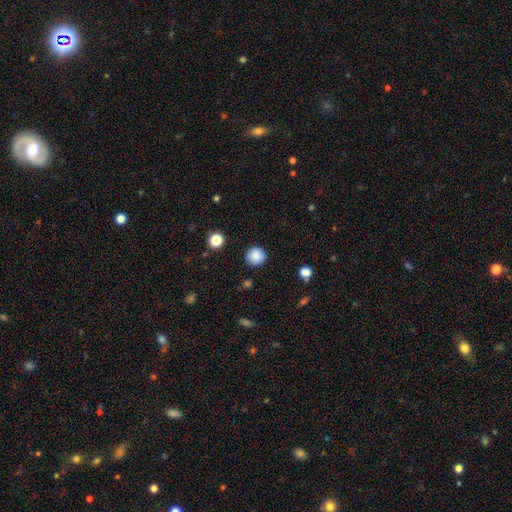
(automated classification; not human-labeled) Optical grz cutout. It shows a smooth galaxy with no disk features (87%) that is round (94%). Merging: none (89%).